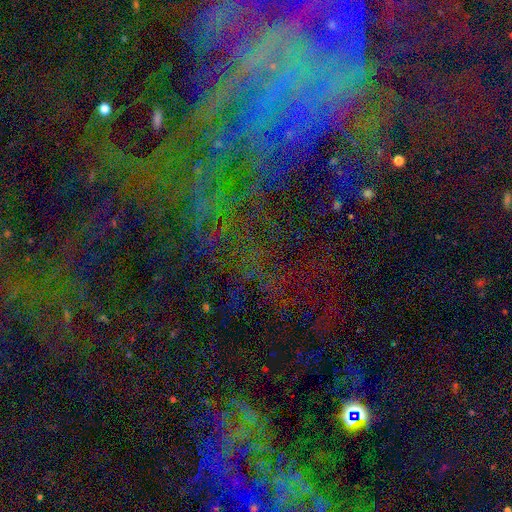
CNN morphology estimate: smooth-or-featured: star or artifact: 65% | featured or disk: 23% | smooth: 12%